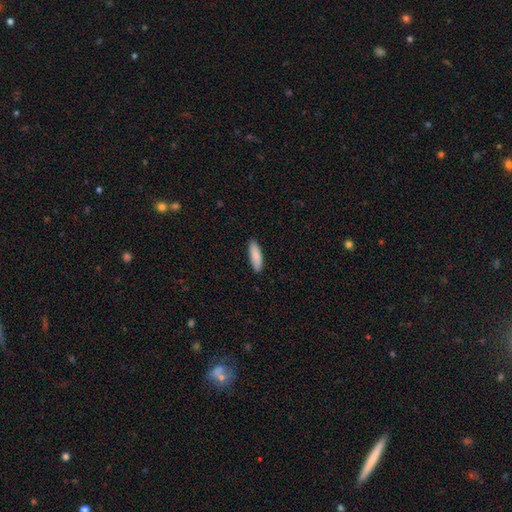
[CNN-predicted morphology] This appears to be a smooth galaxy with no disk features (88%) that is cigar-shaped (52%). Merging: none (89%).